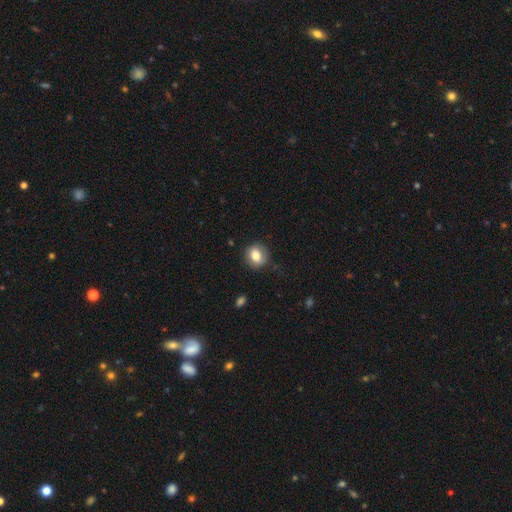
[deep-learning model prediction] This appears to be a smooth galaxy with no disk features (77%) that is round (72%). Merging: none (81%).